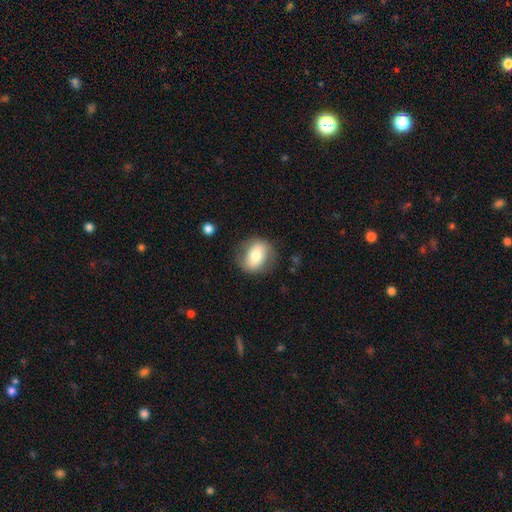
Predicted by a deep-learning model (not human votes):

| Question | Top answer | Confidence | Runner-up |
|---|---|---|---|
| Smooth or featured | smooth | 65% | featured or disk (28%) |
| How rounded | in between | 55% | round (44%) |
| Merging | none | 77% | minor disturbance (16%) |